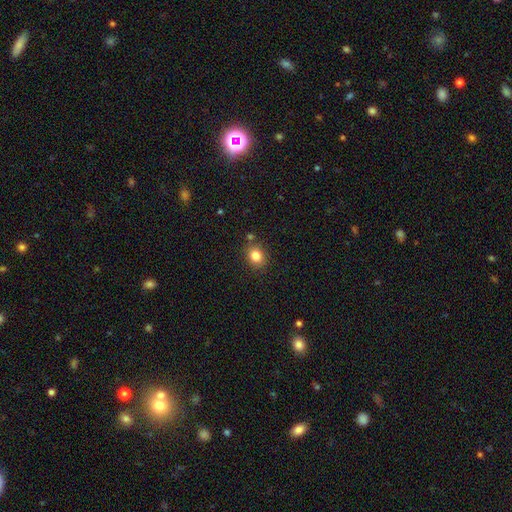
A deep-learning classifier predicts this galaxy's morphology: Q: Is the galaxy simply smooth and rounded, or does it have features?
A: smooth — 83%.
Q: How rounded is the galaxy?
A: round — 64%.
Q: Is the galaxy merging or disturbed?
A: none — 81%.